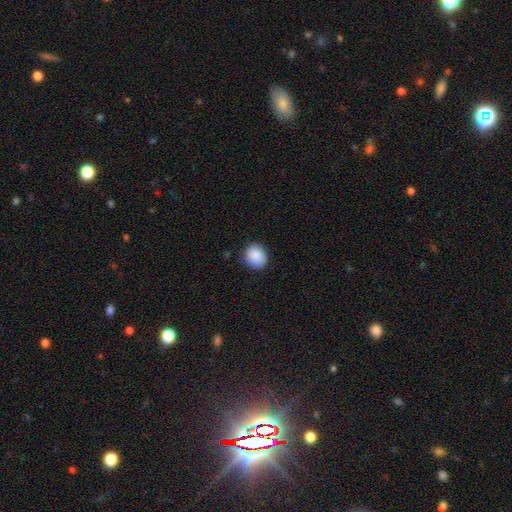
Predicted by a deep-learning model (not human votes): Smooth or featured: smooth — 88% (star or artifact — 7%)
How rounded: round — 77% (in between — 22%)
Merging: none — 84% (minor disturbance — 12%)